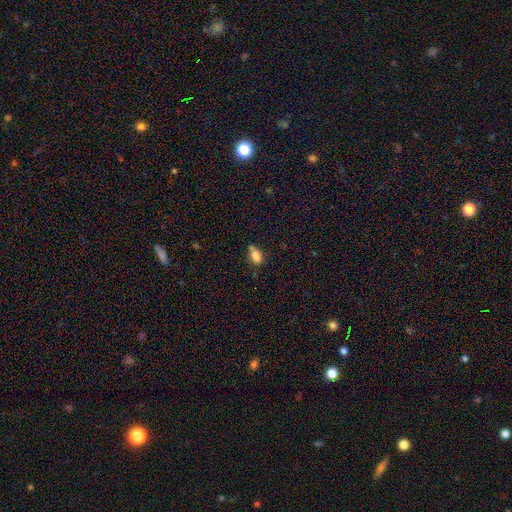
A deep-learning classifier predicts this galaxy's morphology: Smooth or featured: smooth — 82% (star or artifact — 11%)
How rounded: in between — 83% (round — 13%)
Merging: none — 54% (minor disturbance — 22%)